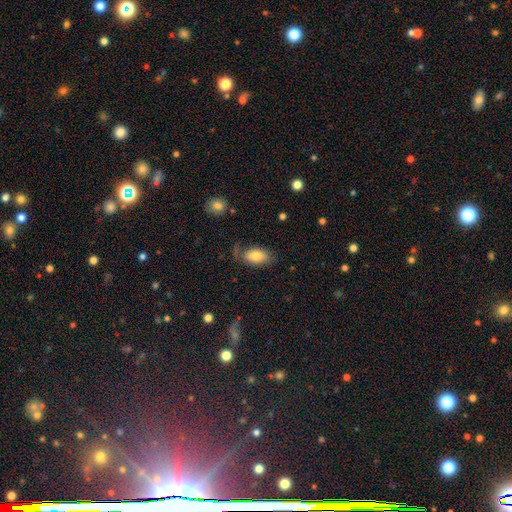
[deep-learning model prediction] Q: Smooth or featured?
A: smooth (79%); runner-up: featured or disk (14%)
Q: How rounded?
A: in between (93%); runner-up: round (5%)
Q: Merging?
A: none (61%); runner-up: minor disturbance (23%)